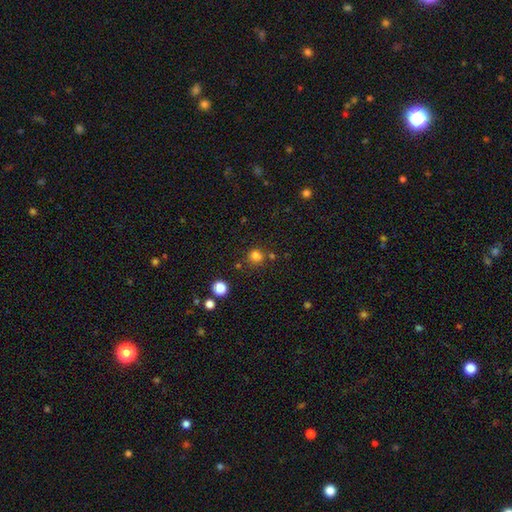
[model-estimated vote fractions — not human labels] This appears to be a smooth galaxy with no disk features (78%) that is round (89%). Merging: none (72%).